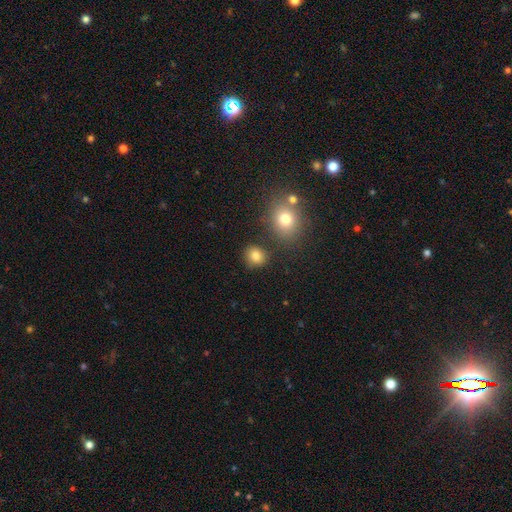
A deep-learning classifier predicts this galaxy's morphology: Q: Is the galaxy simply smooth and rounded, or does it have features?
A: smooth — 82%.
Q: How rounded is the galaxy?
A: round — 76%.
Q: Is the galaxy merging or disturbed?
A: none — 80%.